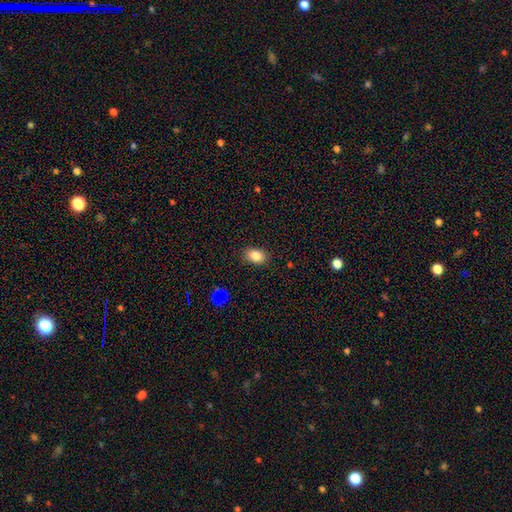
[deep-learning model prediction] Overall: smooth (85%). How rounded: in between (81%). Merging: none (87%).